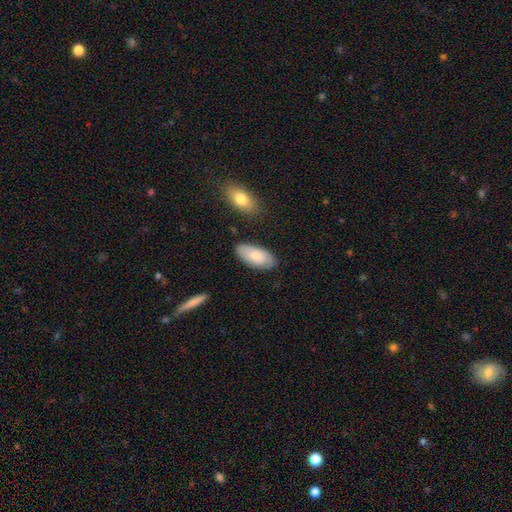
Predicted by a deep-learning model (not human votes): Smooth or featured? Predicted: smooth (p=0.74). How rounded? Predicted: in between (p=0.93). Merging? Predicted: none (p=0.79).